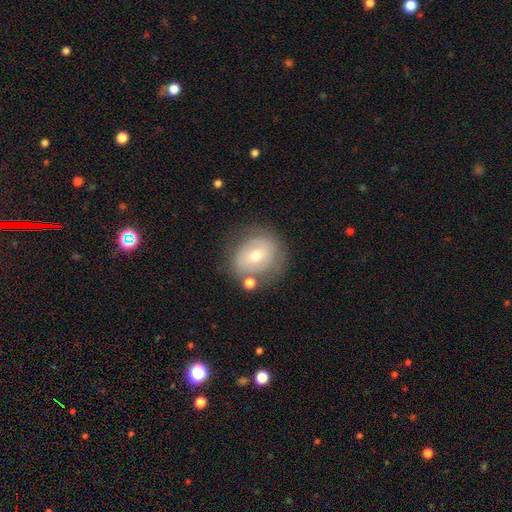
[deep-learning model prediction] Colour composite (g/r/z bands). It shows a smooth galaxy with no disk features (51%) that is round (74%). Merging: none (69%).